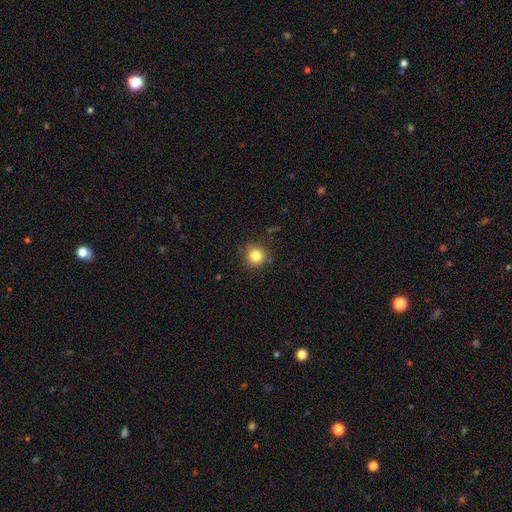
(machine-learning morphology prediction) Overall: smooth (82%). How rounded: round (93%). Merging: none (87%).